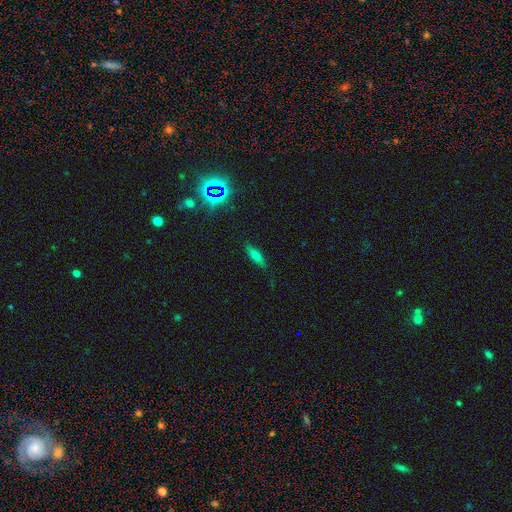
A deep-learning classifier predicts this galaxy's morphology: smooth-or-featured: smooth: 56% | featured or disk: 31% | star or artifact: 13%
  how-rounded: cigar-shaped: 60% | in between: 37% | round: 3%
  merging: none: 85% | minor disturbance: 11% | major disturbance: 2% | merger: 1%